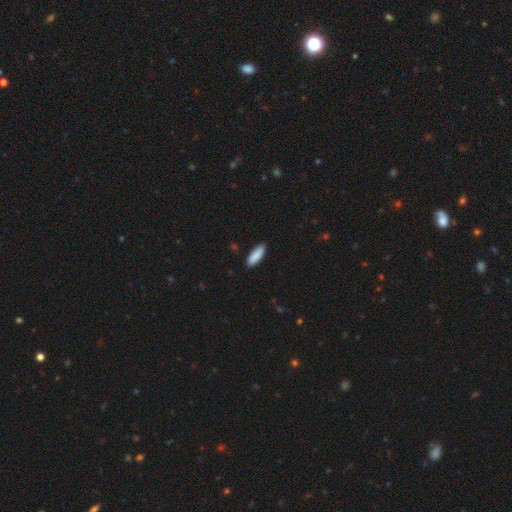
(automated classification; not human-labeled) smooth 90%, star or artifact 6%, featured or disk 5%. Down the decision tree: how rounded — in between (64%); merging — none (88%).